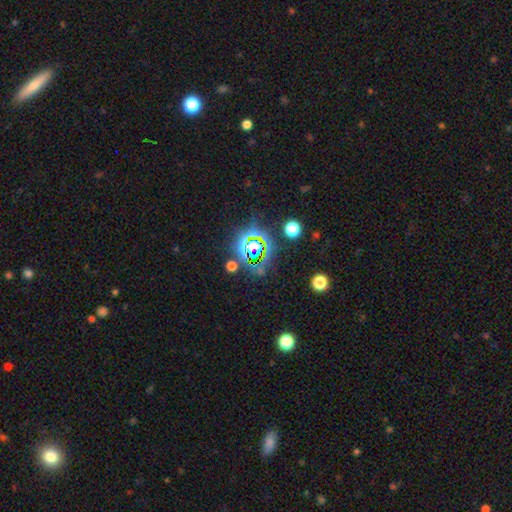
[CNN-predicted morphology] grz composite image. It shows a star or artifact, not a galaxy (76%).